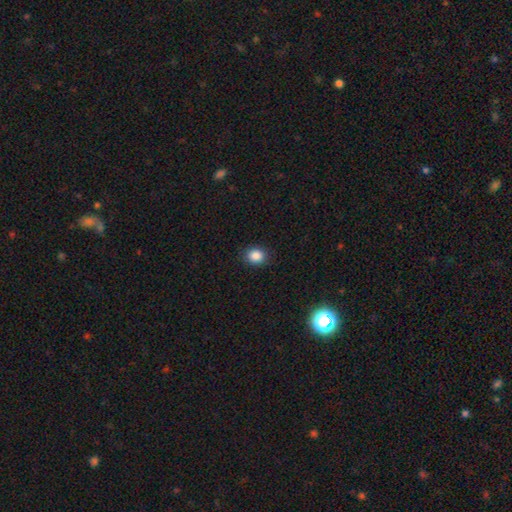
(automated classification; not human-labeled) This appears to be a smooth galaxy with no disk features (87%) that is round (65%). Merging: none (89%).